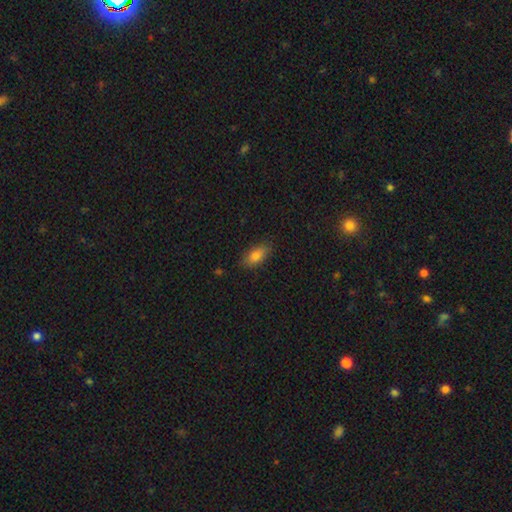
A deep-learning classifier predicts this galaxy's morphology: Smooth or featured? smooth (82%)
How rounded? in between (85%)
Merging? none (83%)